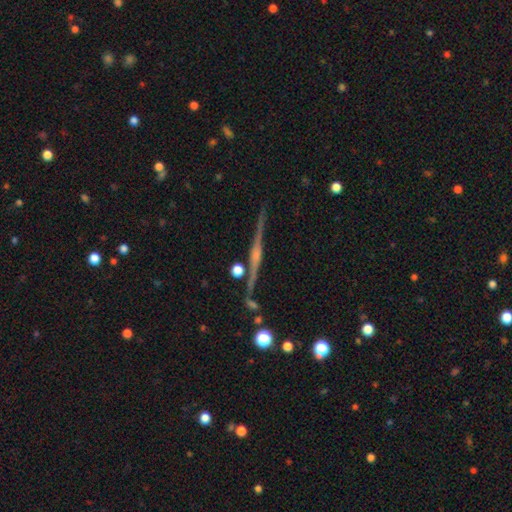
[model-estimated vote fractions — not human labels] A featured or disk galaxy (84%) viewed edge-on (98%) with a rounded central bulge (70%).

Vote fractions:
- Smooth or featured? featured or disk: 84% / smooth: 8% / star or artifact: 8%
- Edge-on disk? yes: 98% / no: 2%
- Edge-on bulge? rounded: 70% / boxy: 17% / none: 13%
- Merging? none: 86% / minor disturbance: 8% / merger: 3% / major disturbance: 2%